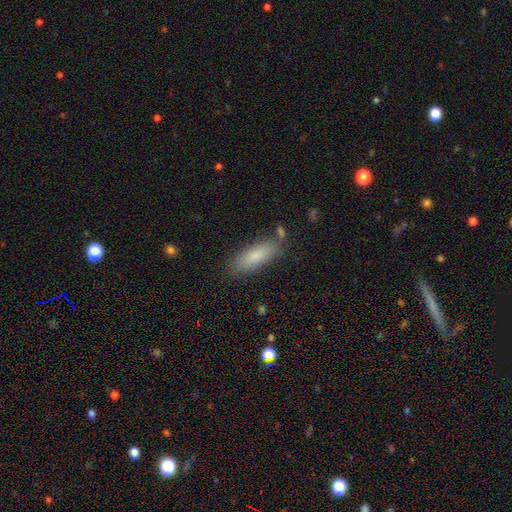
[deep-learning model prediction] Q: Smooth or featured?
A: smooth (82%); runner-up: featured or disk (11%)
Q: How rounded?
A: in between (52%); runner-up: cigar-shaped (46%)
Q: Merging?
A: none (82%); runner-up: minor disturbance (12%)